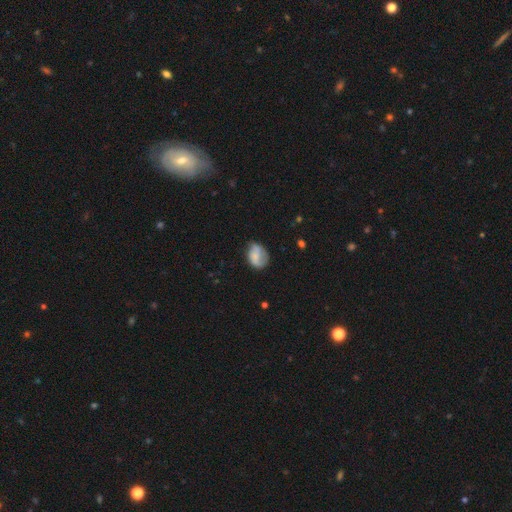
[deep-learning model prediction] smooth-or-featured: smooth: 61% | featured or disk: 31% | star or artifact: 8%
  how-rounded: in between: 68% | round: 31% | cigar-shaped: 1%
  merging: none: 49% | minor disturbance: 33% | major disturbance: 15% | merger: 2%